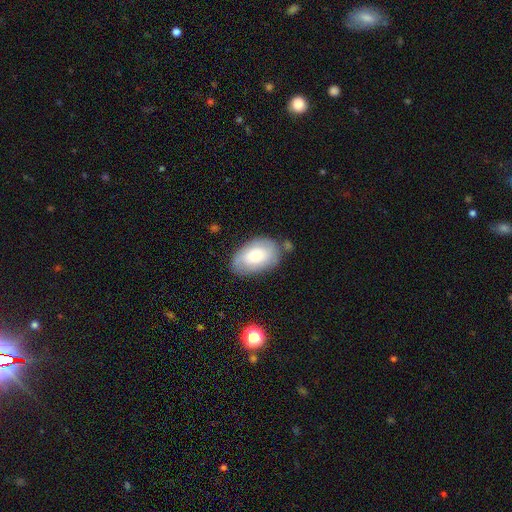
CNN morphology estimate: type=smooth (62%); roundness=in between (91%); merging=none (71%).